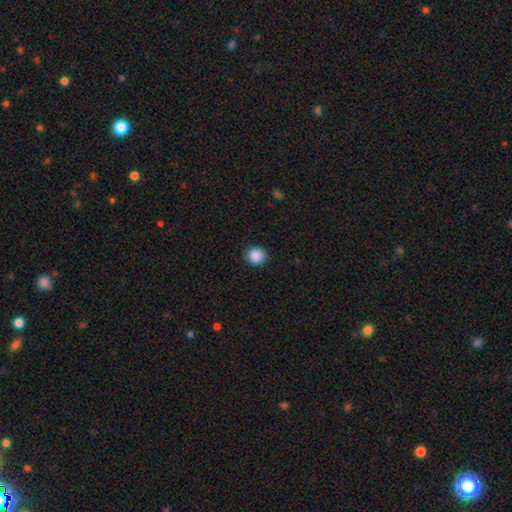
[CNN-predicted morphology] smooth_or_featured: smooth (p=0.88) [alt: star or artifact p=0.09]
how_rounded: round (p=0.91) [alt: in between p=0.08]
merging: none (p=0.90) [alt: minor disturbance p=0.07]